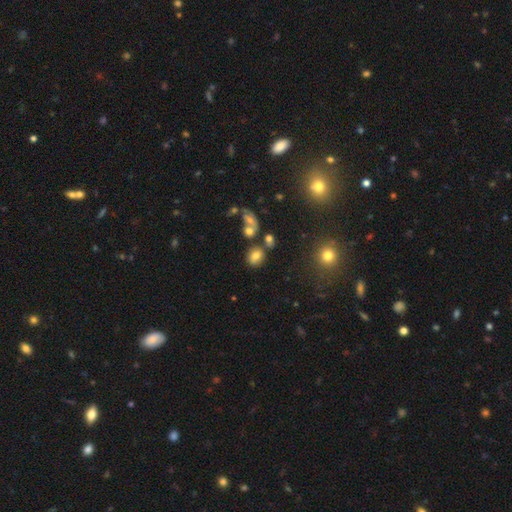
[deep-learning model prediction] Smooth or featured? smooth (72%)
How rounded? round (62%)
Merging? none (66%)